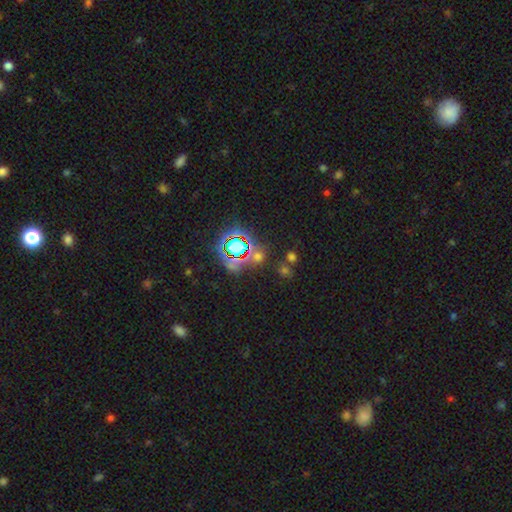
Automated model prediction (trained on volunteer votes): A star or artifact, not a galaxy (72%).